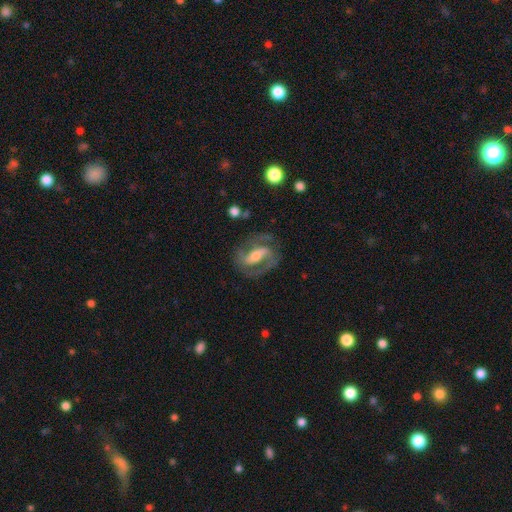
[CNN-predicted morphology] Smooth or featured? featured or disk (86%)
Edge-on disk? no (96%)
Bar? strong (51%)
Spiral arms? yes (94%)
Spiral winding? medium (55%)
Spiral arm count? 2 (89%)
Bulge size? moderate (52%)
Merging? none (76%)